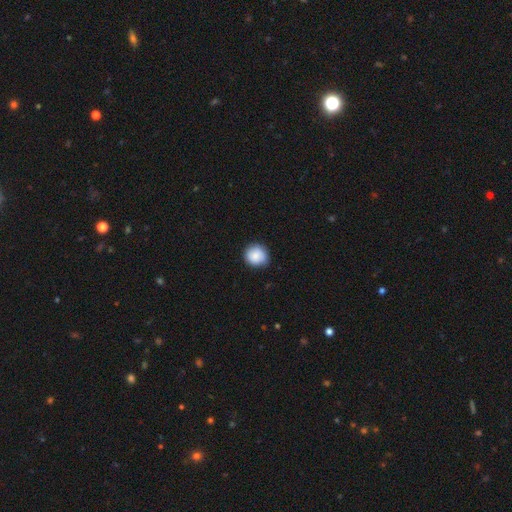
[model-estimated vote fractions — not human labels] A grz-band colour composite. It shows a smooth galaxy with no disk features (84%) that is round (88%). Merging: none (80%).